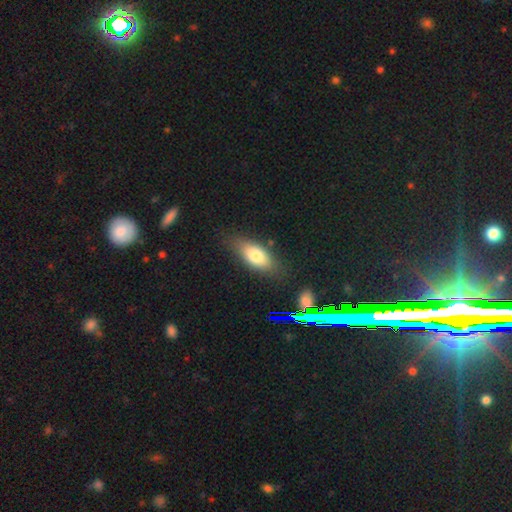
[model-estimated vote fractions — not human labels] smooth_or_featured: smooth (p=0.75) [alt: featured or disk p=0.17]
how_rounded: in between (p=0.82) [alt: cigar-shaped p=0.14]
merging: none (p=0.76) [alt: minor disturbance p=0.16]